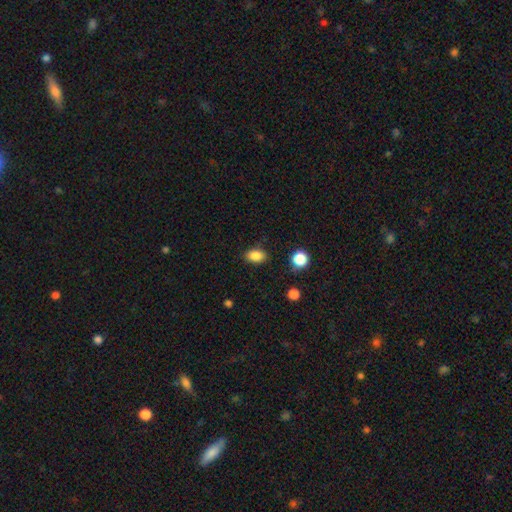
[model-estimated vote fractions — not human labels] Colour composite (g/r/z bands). It shows a smooth galaxy with no disk features (86%) that is in between round and cigar-shaped (80%). Merging: none (83%).